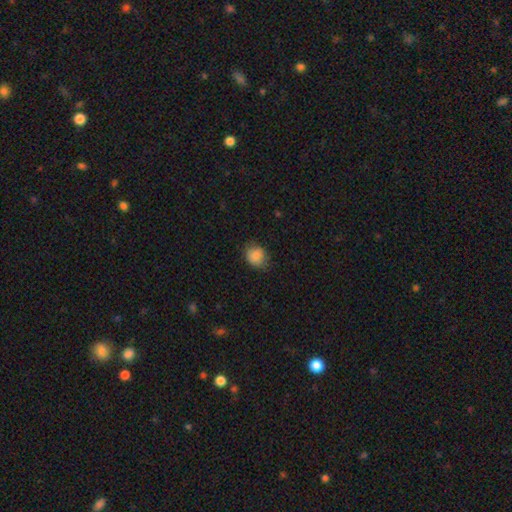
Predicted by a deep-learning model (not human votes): Smooth or featured: smooth — 87% (star or artifact — 9%)
How rounded: round — 60% (in between — 39%)
Merging: none — 74% (minor disturbance — 20%)